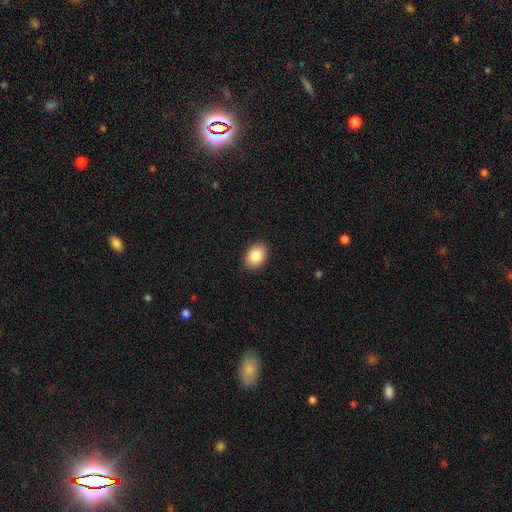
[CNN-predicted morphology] This appears to be a smooth galaxy with no disk features (86%) that is in between round and cigar-shaped (71%). Merging: none (90%).